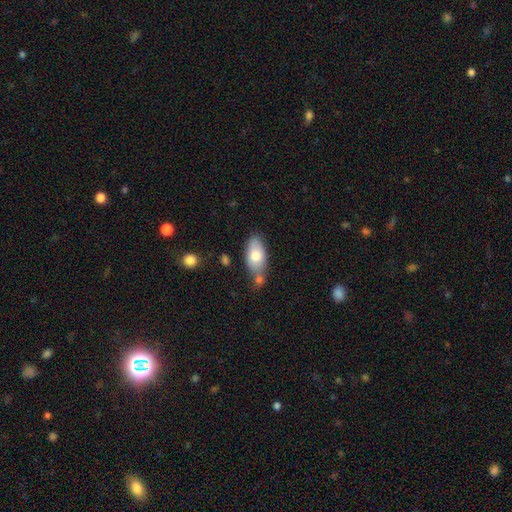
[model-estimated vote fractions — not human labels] Smooth or featured? Predicted: smooth (p=0.75). How rounded? Predicted: in between (p=0.92). Merging? Predicted: none (p=0.52).